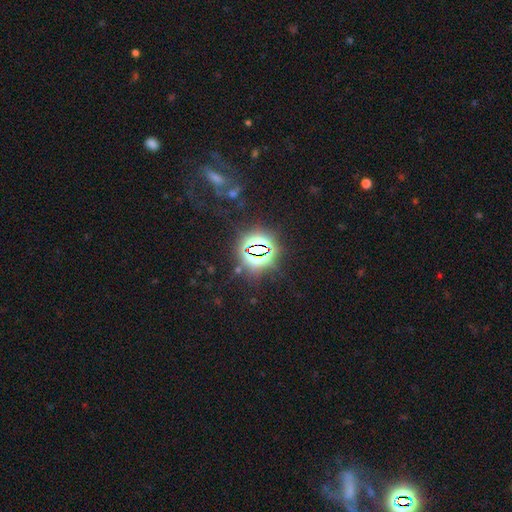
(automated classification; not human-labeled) star or artifact 78%, smooth 12%, featured or disk 11%.